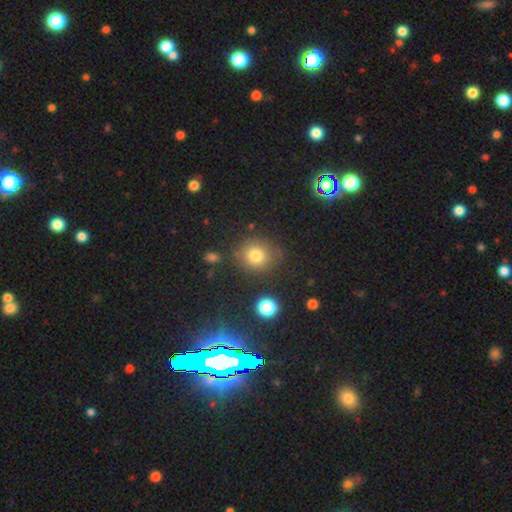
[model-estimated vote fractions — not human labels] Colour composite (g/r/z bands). It shows a smooth galaxy with no disk features (77%) that is round (83%). Merging: none (80%).